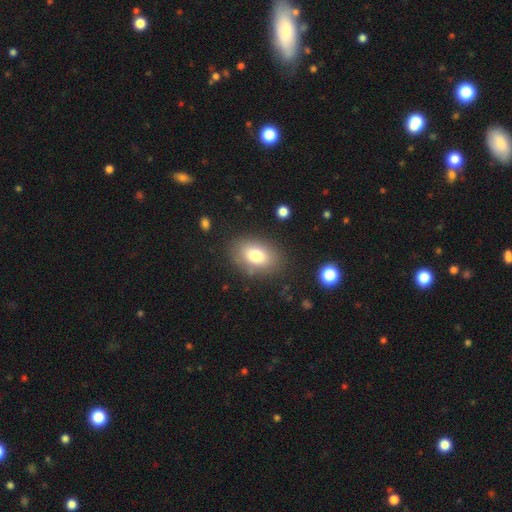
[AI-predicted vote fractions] The model was most divided on "smooth or featured": smooth: 77%, featured or disk: 13%, star or artifact: 9%. More confident: how rounded — in between (83%); merging — none (82%).